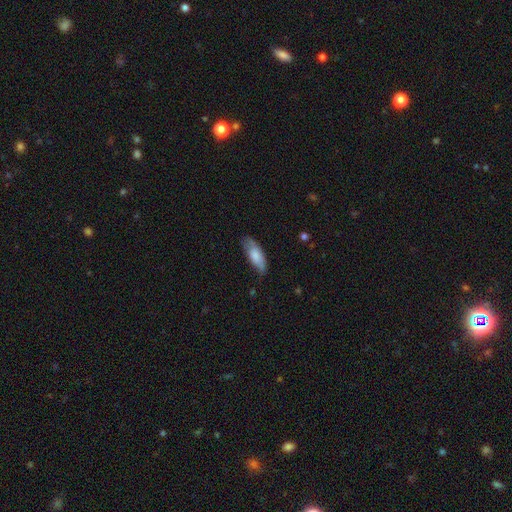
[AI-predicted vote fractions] Smooth or featured? Predicted: smooth (p=0.76). How rounded? Predicted: in between (p=0.75). Merging? Predicted: none (p=0.63).